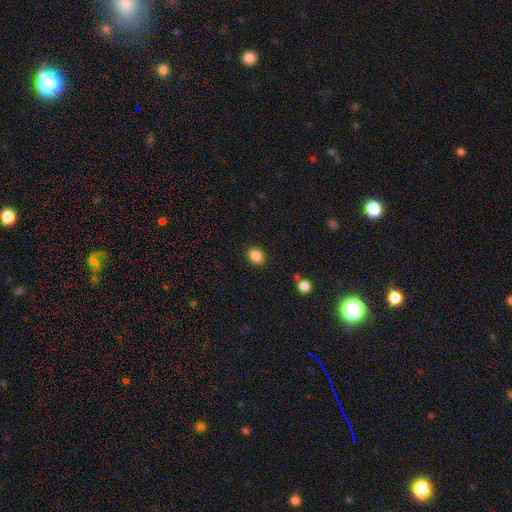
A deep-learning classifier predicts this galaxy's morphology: smooth 87%, star or artifact 9%, featured or disk 4%. Down the decision tree: how rounded — in between (54%); merging — none (88%).